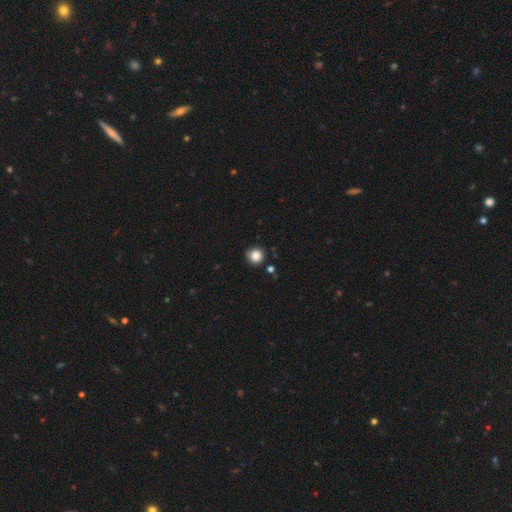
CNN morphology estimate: Overall: smooth (85%). How rounded: round (94%). Merging: none (85%).